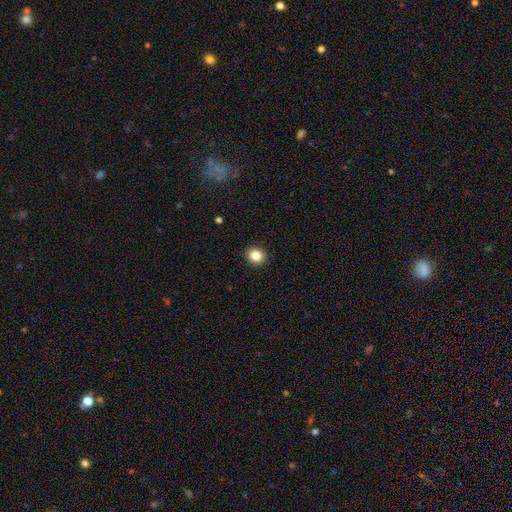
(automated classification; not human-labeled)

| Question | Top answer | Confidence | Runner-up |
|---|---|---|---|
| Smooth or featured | smooth | 85% | star or artifact (10%) |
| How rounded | round | 79% | in between (20%) |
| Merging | none | 92% | minor disturbance (6%) |